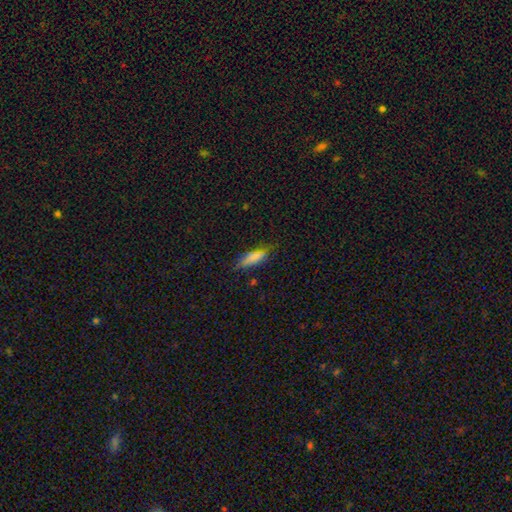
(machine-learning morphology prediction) Overall: smooth (76%). How rounded: cigar-shaped (50%; in between 47%). Merging: none (67%).